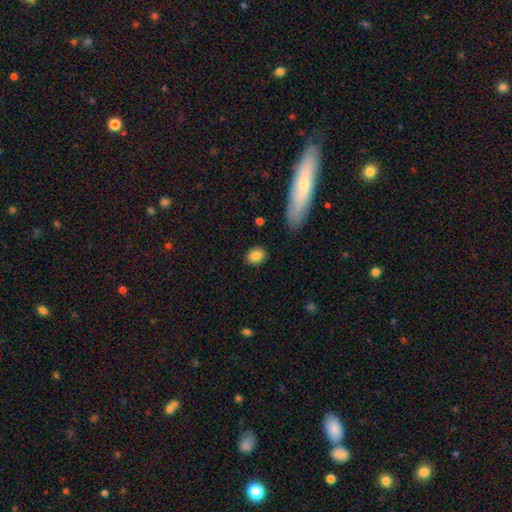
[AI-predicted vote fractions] smooth_or_featured: smooth (p=0.85) [alt: star or artifact p=0.08]
how_rounded: round (p=0.51) [alt: in between p=0.47]
merging: none (p=0.85) [alt: minor disturbance p=0.11]